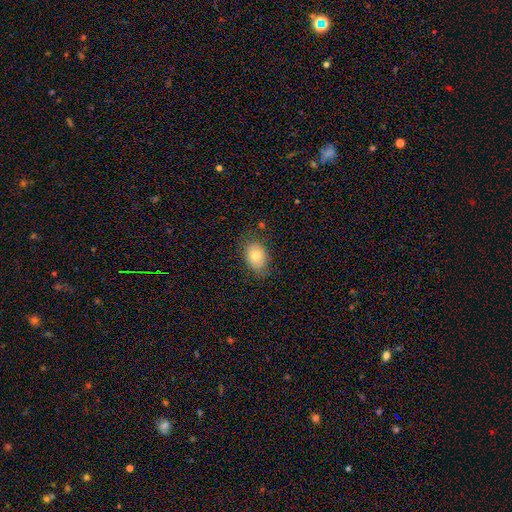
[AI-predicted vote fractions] Smooth or featured? smooth (76%)
How rounded? in between (76%)
Merging? none (75%)